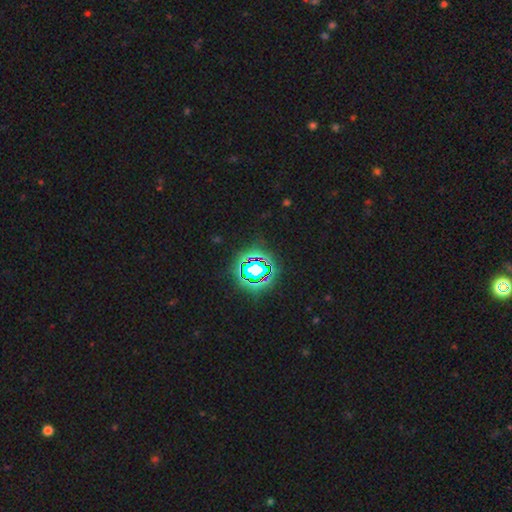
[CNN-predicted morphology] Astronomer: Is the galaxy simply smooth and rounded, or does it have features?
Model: star or artifact — 82%.